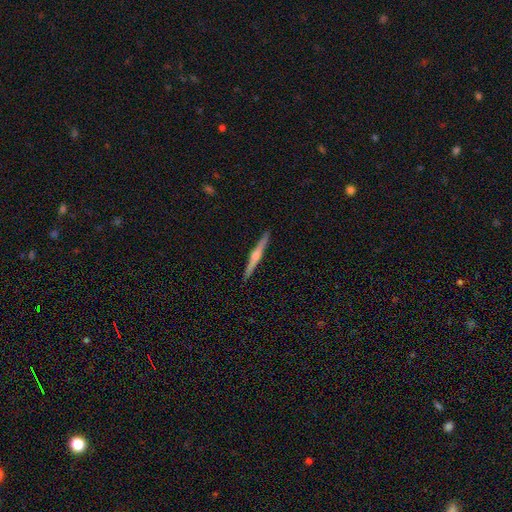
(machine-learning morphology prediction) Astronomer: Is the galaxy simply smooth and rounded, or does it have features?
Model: featured or disk — 76%.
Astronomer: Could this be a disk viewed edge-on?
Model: yes — 98%.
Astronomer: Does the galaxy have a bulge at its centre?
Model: rounded — 89%.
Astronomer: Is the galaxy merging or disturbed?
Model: none — 92%.